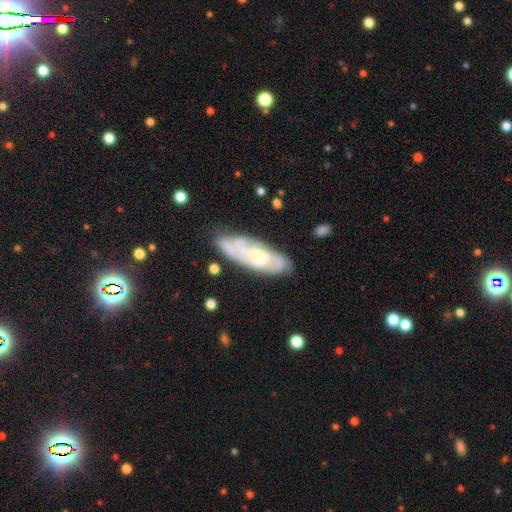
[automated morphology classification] Overall: featured or disk (71%). Edge-on disk: no (83%). Bar: no (59%; weak 33%). Spiral arms: yes (88%). Spiral arm count: can't tell (45%; 2 23%). Spiral winding: tight (55%; medium 35%). Bulge size: moderate (43%; small 35%). Merging: none (74%).